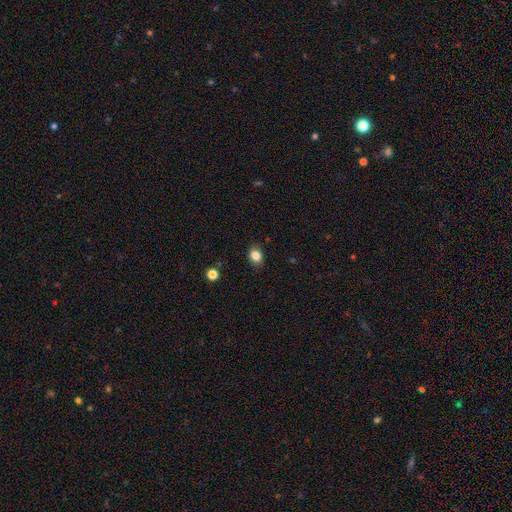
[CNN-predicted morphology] This appears to be a smooth galaxy with no disk features (84%) that is in between round and cigar-shaped (54%). Merging: none (87%).